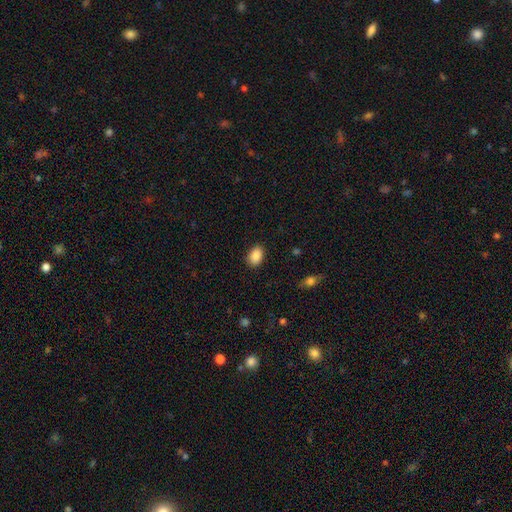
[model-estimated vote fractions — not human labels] smooth_or_featured: smooth (p=0.89) [alt: star or artifact p=0.08]
how_rounded: in between (p=0.84) [alt: round p=0.14]
merging: none (p=0.87) [alt: minor disturbance p=0.09]